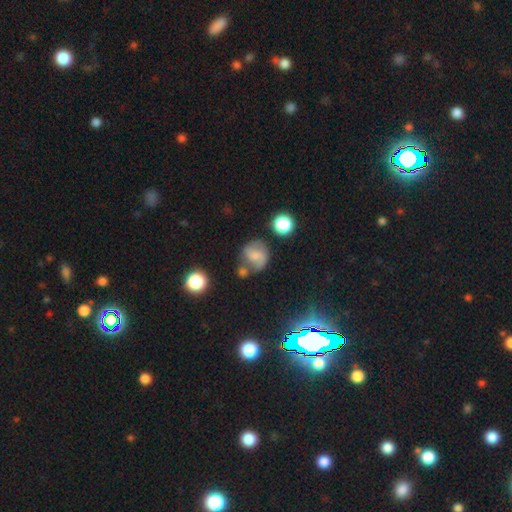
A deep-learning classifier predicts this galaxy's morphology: Overall: featured or disk (47%; smooth 40%). Merging: none (50%; minor disturbance 21%).